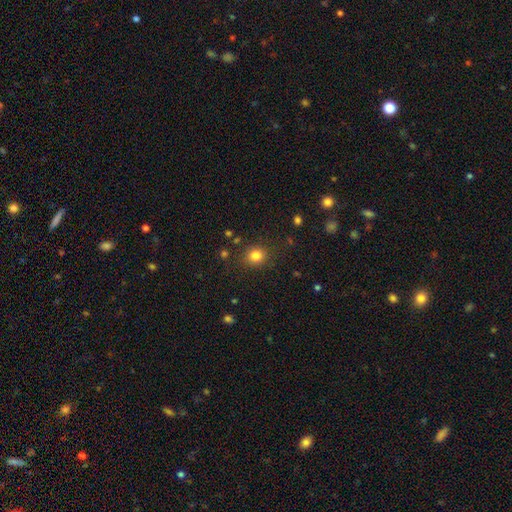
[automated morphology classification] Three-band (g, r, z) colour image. It shows a smooth galaxy with no disk features (82%) that is round (79%). Merging: none (86%).